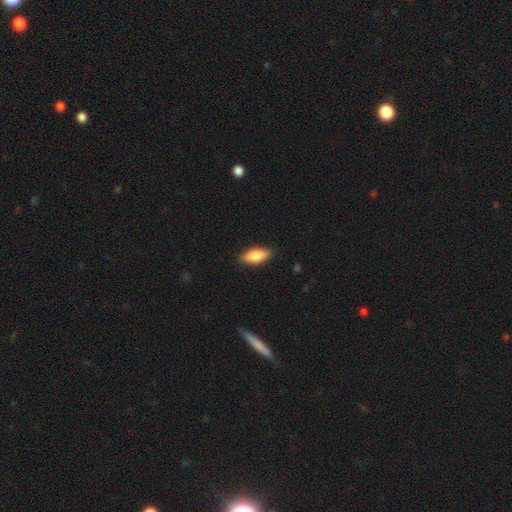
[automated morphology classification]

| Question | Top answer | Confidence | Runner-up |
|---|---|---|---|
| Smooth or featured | smooth | 85% | featured or disk (9%) |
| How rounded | in between | 85% | cigar-shaped (13%) |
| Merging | none | 86% | minor disturbance (11%) |